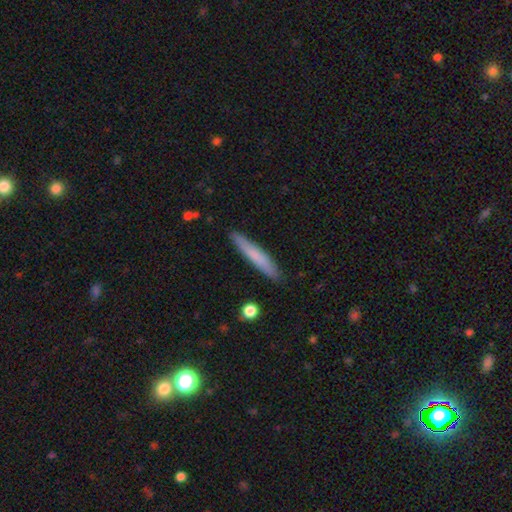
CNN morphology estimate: smooth_or_featured: smooth (p=0.71) [alt: featured or disk p=0.23]
how_rounded: cigar-shaped (p=0.94) [alt: in between p=0.05]
merging: none (p=0.89) [alt: minor disturbance p=0.08]